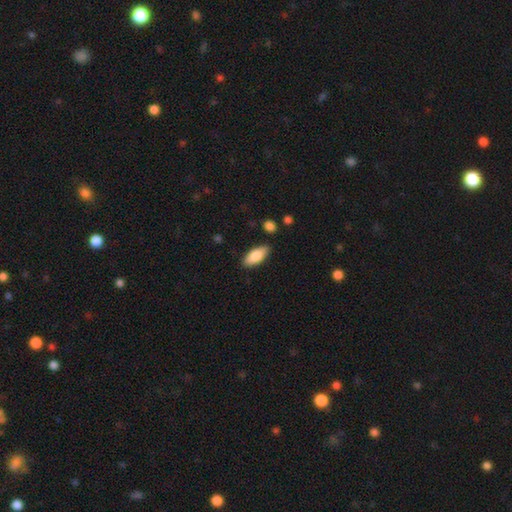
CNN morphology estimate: smooth 81%, featured or disk 13%, star or artifact 6%. Down the decision tree: how rounded — in between (86%); merging — none (86%).